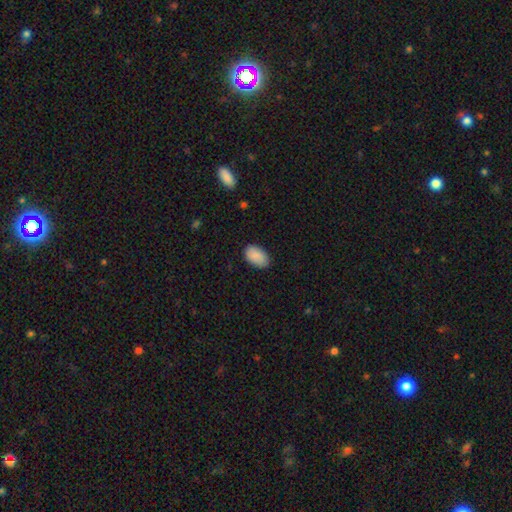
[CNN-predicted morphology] This is clearly a smooth galaxy (89%). How rounded: clearly in between (92%). Merging: clearly none (85%).